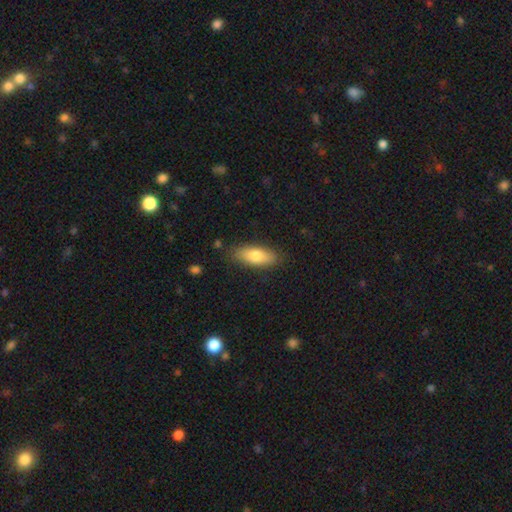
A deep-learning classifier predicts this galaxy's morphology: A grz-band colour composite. It shows a smooth galaxy with no disk features (75%) that is in between round and cigar-shaped (75%). Merging: none (83%).